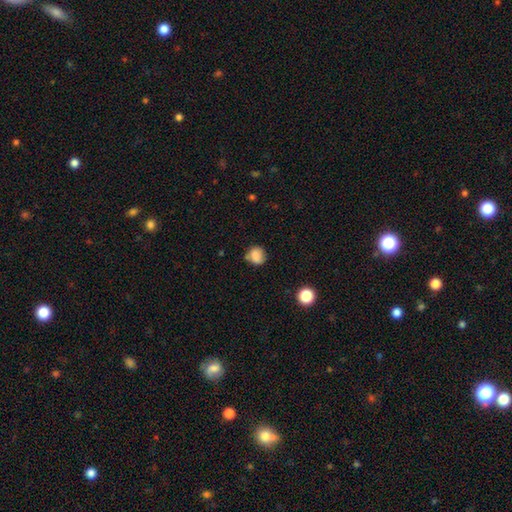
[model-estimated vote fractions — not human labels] Overall: smooth (82%). How rounded: round (73%). Merging: none (62%; minor disturbance 26%).